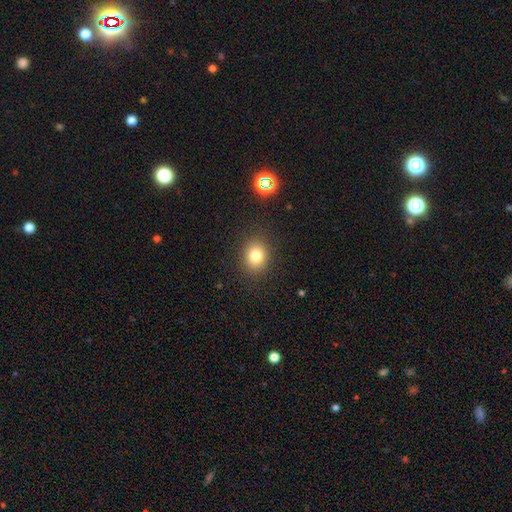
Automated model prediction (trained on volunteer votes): Smooth or featured: smooth — 79% (star or artifact — 12%)
How rounded: round — 58% (in between — 41%)
Merging: none — 87% (minor disturbance — 8%)